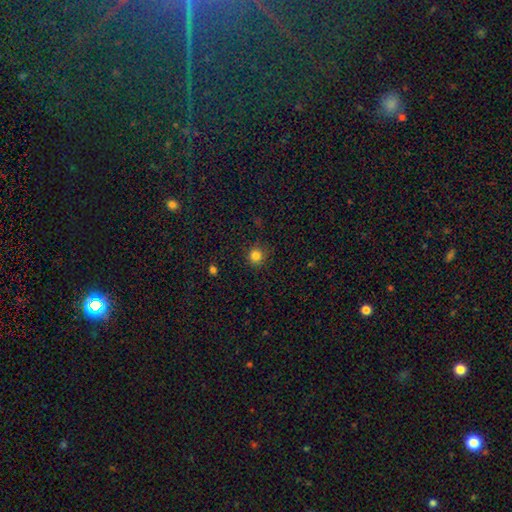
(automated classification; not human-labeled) Smooth or featured? smooth (82%)
How rounded? round (92%)
Merging? none (88%)